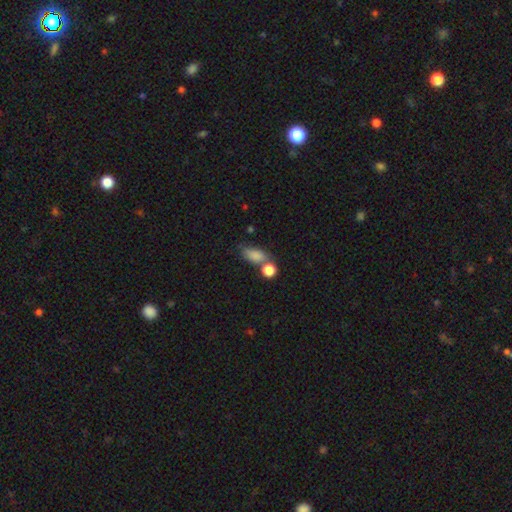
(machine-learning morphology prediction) Smooth or featured?
  - smooth: 82% *
  - star or artifact: 10%
  - featured or disk: 8%
How rounded?
  - in between: 81% *
  - round: 12%
  - cigar-shaped: 6%
Merging?
  - none: 48% *
  - merger: 26%
  - minor disturbance: 18%
  - major disturbance: 8%